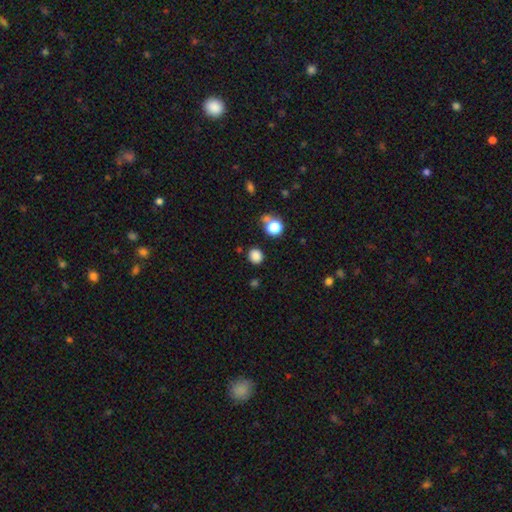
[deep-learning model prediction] Smooth or featured: smooth — 84% (star or artifact — 13%)
How rounded: round — 85% (in between — 14%)
Merging: none — 86% (minor disturbance — 8%)